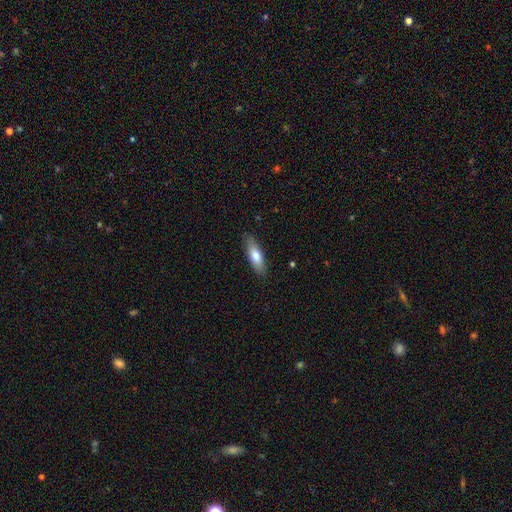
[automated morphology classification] Smooth or featured?
  - smooth: 72% *
  - featured or disk: 22%
  - star or artifact: 6%
How rounded?
  - in between: 56% *
  - cigar-shaped: 42%
  - round: 2%
Merging?
  - none: 86% *
  - minor disturbance: 11%
  - major disturbance: 2%
  - merger: 1%